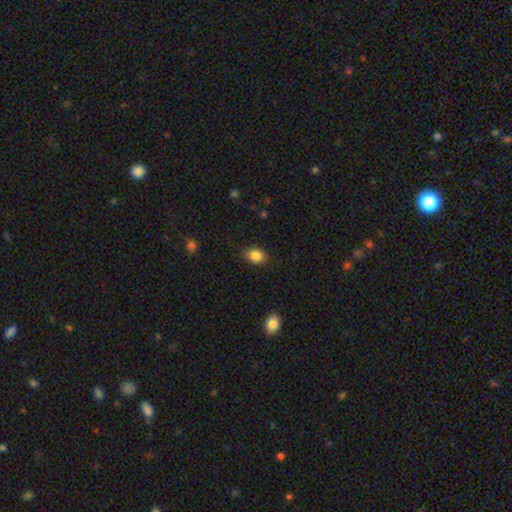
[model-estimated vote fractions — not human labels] smooth_or_featured: smooth (p=0.85) [alt: star or artifact p=0.09]
how_rounded: in between (p=0.61) [alt: round p=0.38]
merging: none (p=0.82) [alt: minor disturbance p=0.14]